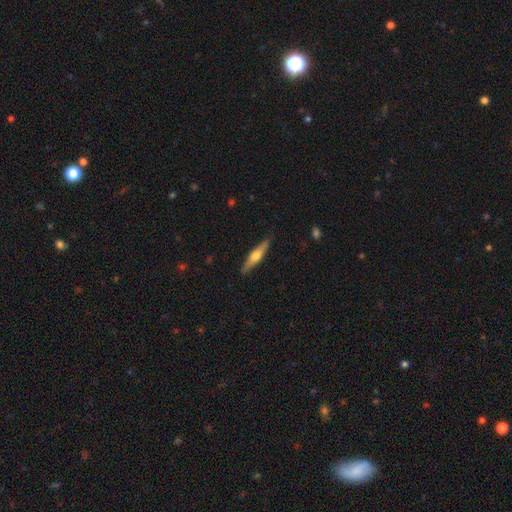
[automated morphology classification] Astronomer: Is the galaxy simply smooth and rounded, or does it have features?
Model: featured or disk — 55% (runner-up: smooth, 40%).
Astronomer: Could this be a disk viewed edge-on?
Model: yes — 95%.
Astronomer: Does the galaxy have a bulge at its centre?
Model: rounded — 90%.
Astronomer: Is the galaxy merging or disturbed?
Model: none — 89%.